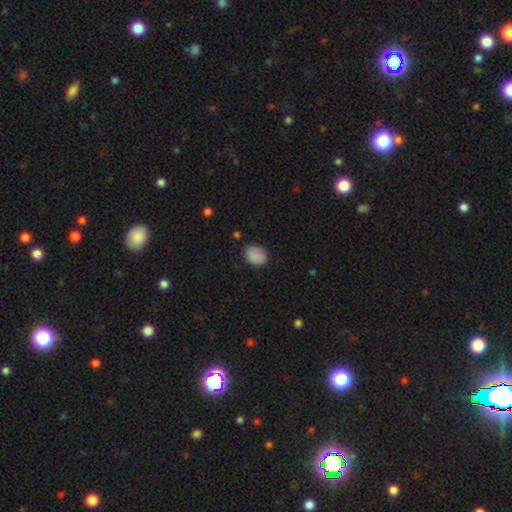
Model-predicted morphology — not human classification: This appears to be a smooth galaxy with no disk features (85%) that is in between round and cigar-shaped (59%). Merging: none (79%).